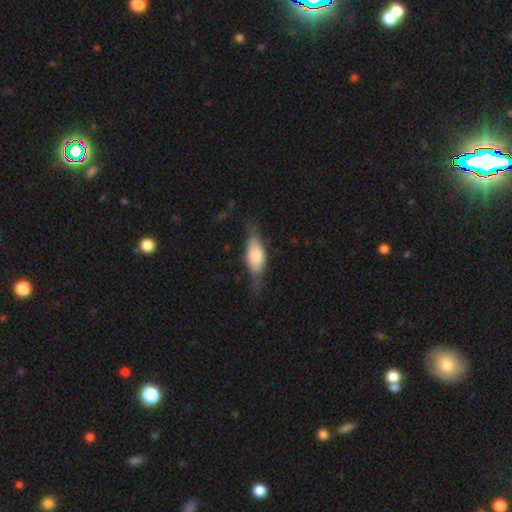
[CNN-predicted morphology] Smooth or featured?
  - smooth: 62% *
  - featured or disk: 32%
  - star or artifact: 6%
How rounded?
  - in between: 72% *
  - cigar-shaped: 25%
  - round: 3%
Merging?
  - none: 59% *
  - minor disturbance: 28%
  - major disturbance: 12%
  - merger: 2%